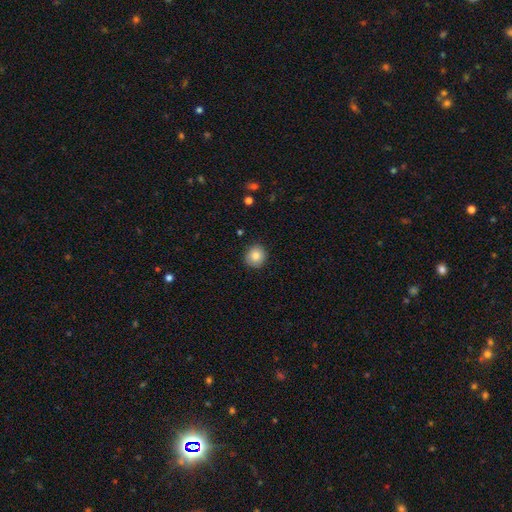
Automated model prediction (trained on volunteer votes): A smooth galaxy with no disk features (86%) that is round (88%).

Vote fractions:
- Smooth or featured? smooth: 86% / star or artifact: 9% / featured or disk: 6%
- How rounded? round: 88% / in between: 11% / cigar-shaped: 1%
- Merging? none: 89% / minor disturbance: 8% / major disturbance: 2% / merger: 1%